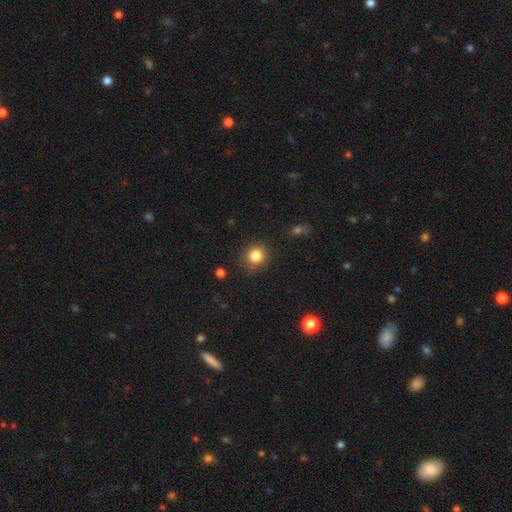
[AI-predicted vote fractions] This appears to be a smooth galaxy with no disk features (84%) that is round (88%). Merging: none (88%).